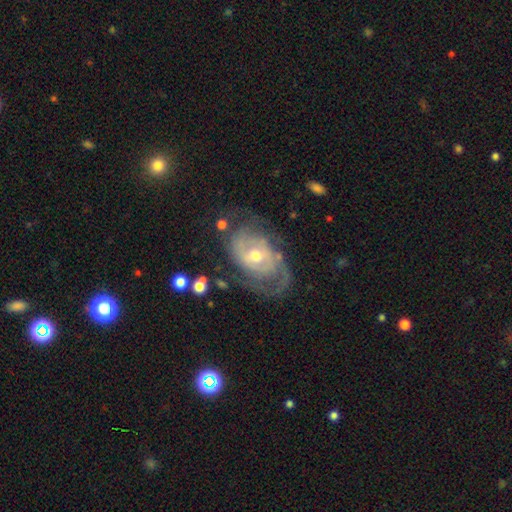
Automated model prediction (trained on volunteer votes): Smooth or featured: featured or disk — 83% (smooth — 11%)
Edge-on disk: no — 96% (yes — 4%)
Bar: no — 60% (weak — 32%)
Spiral arms: yes — 90% (no — 10%)
Spiral winding: tight — 52% (medium — 34%)
Spiral arm count: 2 — 48% (can't tell — 29%)
Bulge size: moderate — 56% (small — 40%)
Merging: none — 60% (minor disturbance — 21%)